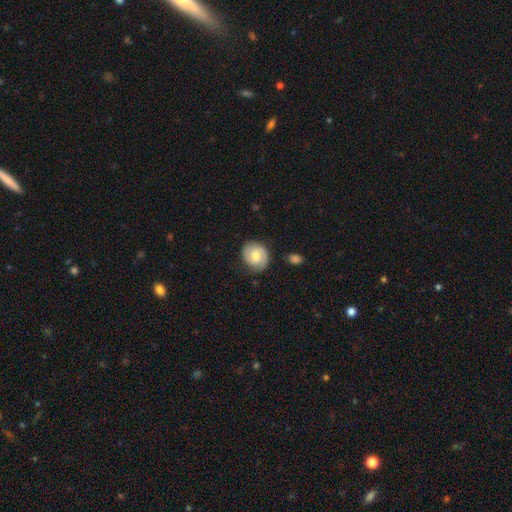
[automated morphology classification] Overall: featured or disk (62%; smooth 32%). Edge-on disk: no (98%). Bar: no (52%; weak 41%). Spiral arms: yes (91%). Spiral arm count: 2 (79%). Spiral winding: tight (47%; medium 40%). Bulge size: moderate (67%). Merging: none (76%).